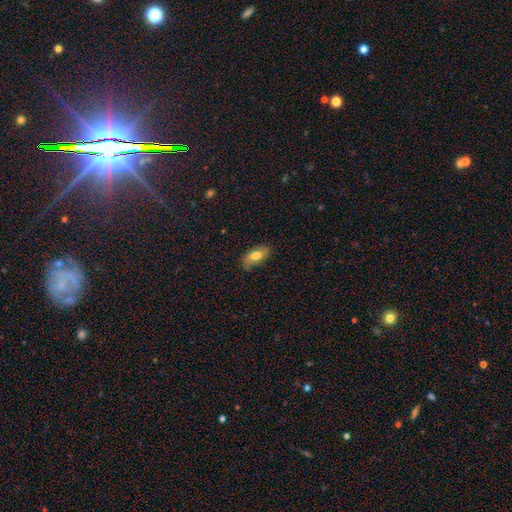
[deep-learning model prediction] Smooth or featured? smooth (71%)
How rounded? in between (89%)
Merging? none (72%)